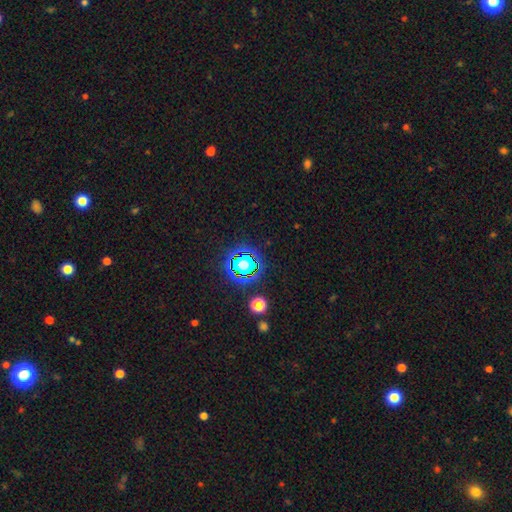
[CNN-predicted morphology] This appears to be a star or artifact, not a galaxy (78%).